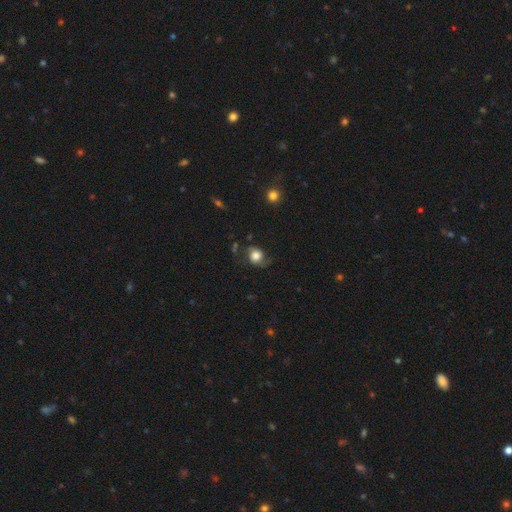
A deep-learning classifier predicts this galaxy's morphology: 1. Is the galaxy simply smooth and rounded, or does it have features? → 67% smooth, 24% featured or disk, 9% star or artifact.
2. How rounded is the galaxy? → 67% round, 32% in between, 1% cigar-shaped.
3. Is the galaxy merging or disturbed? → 57% none, 26% minor disturbance, 15% major disturbance, 2% merger.